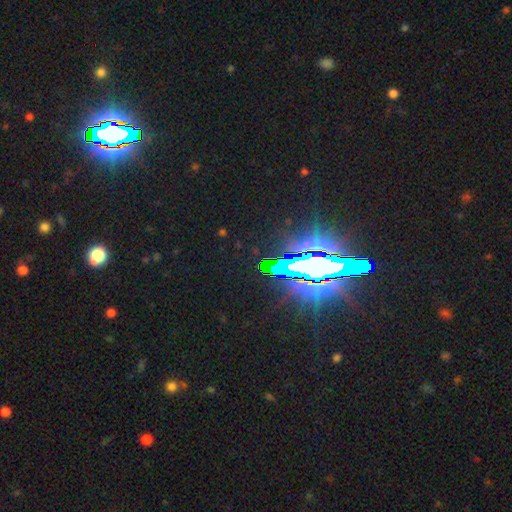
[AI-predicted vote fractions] Overall: star or artifact (81%).